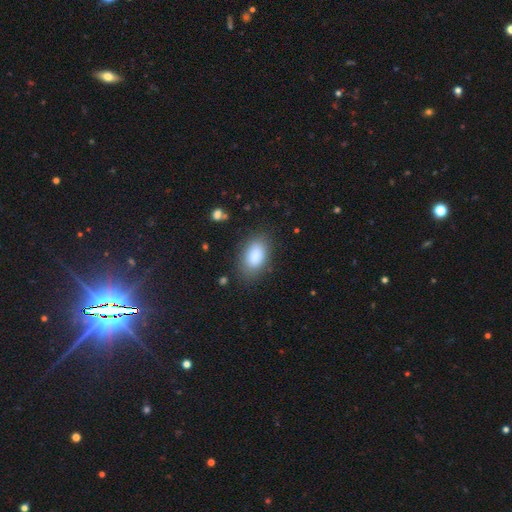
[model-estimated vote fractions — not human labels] smooth-or-featured: smooth: 87% | star or artifact: 7% | featured or disk: 6%
  how-rounded: in between: 92% | round: 6% | cigar-shaped: 2%
  merging: none: 82% | minor disturbance: 12% | major disturbance: 4% | merger: 2%